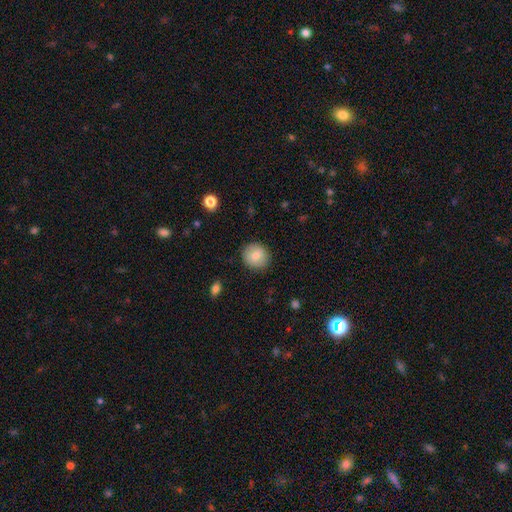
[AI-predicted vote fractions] Smooth or featured?
  - smooth: 81% *
  - featured or disk: 12%
  - star or artifact: 8%
How rounded?
  - round: 86% *
  - in between: 13%
  - cigar-shaped: 1%
Merging?
  - none: 87% *
  - minor disturbance: 9%
  - major disturbance: 3%
  - merger: 1%